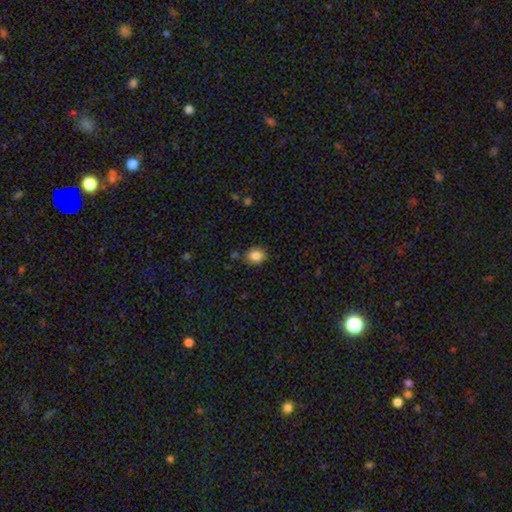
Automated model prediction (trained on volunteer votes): Smooth or featured? smooth (84%)
How rounded? round (59%)
Merging? none (85%)